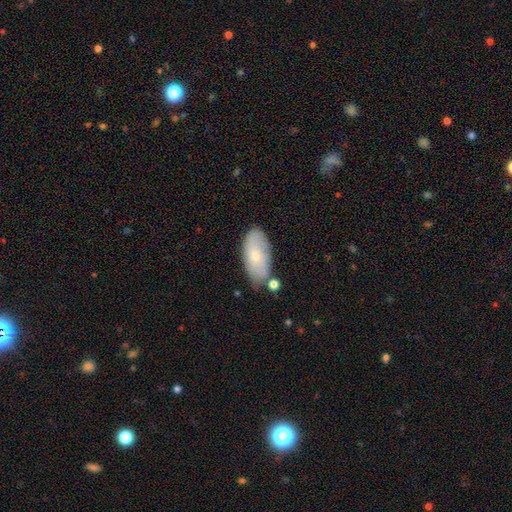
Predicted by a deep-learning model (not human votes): smooth-or-featured: smooth: 65% | featured or disk: 29% | star or artifact: 7%
  how-rounded: in between: 92% | cigar-shaped: 5% | round: 3%
  merging: none: 68% | minor disturbance: 20% | merger: 7% | major disturbance: 4%